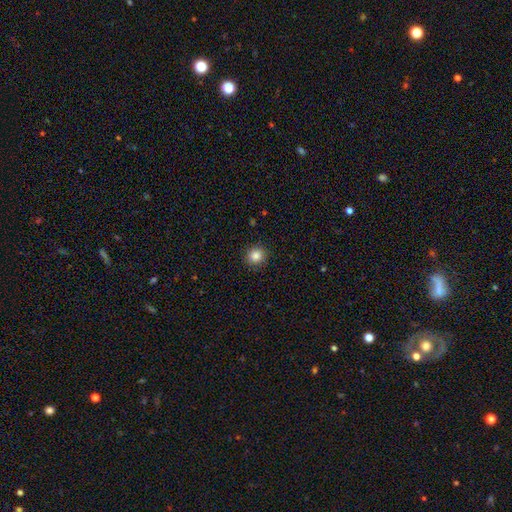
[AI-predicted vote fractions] smooth_or_featured: smooth (p=0.85) [alt: star or artifact p=0.11]
how_rounded: round (p=0.90) [alt: in between p=0.09]
merging: none (p=0.91) [alt: minor disturbance p=0.06]